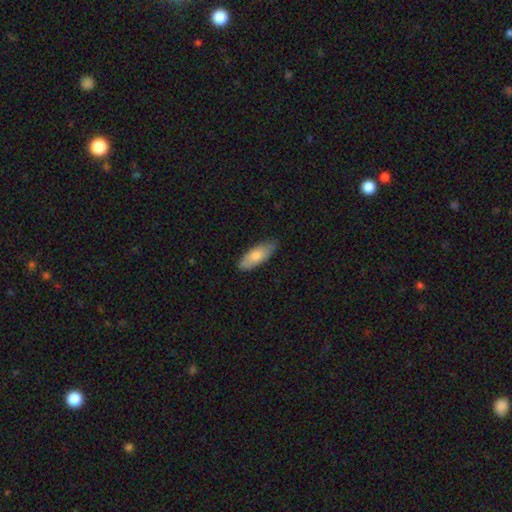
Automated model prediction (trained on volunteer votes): Overall: smooth (77%). How rounded: in between (72%). Merging: none (83%).